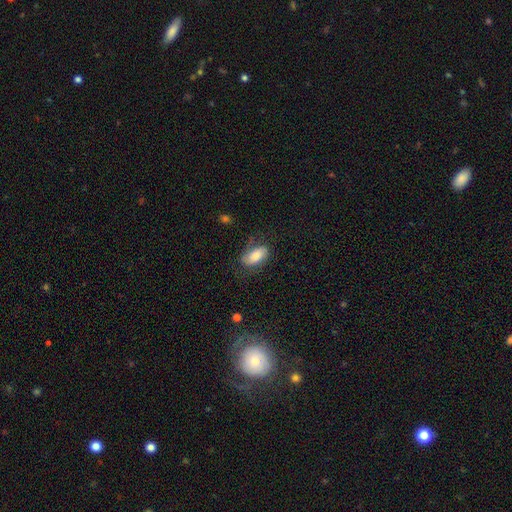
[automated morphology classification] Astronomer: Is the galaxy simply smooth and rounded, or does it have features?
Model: smooth — 67%.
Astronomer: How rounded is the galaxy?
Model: in between — 91%.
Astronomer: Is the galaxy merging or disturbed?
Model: none — 60%.